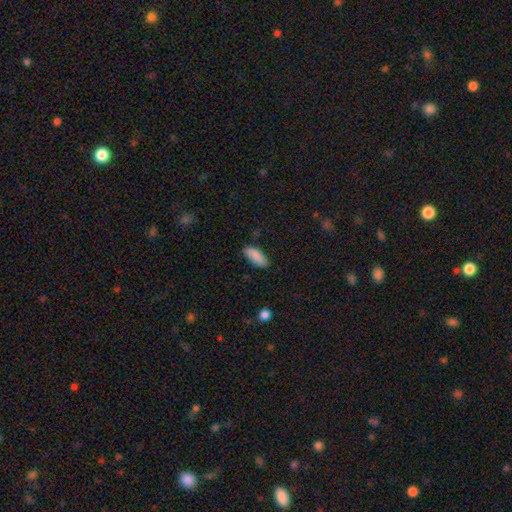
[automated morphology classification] This is clearly a smooth galaxy (88%). How rounded: likely in between (75%). Merging: clearly none (82%).